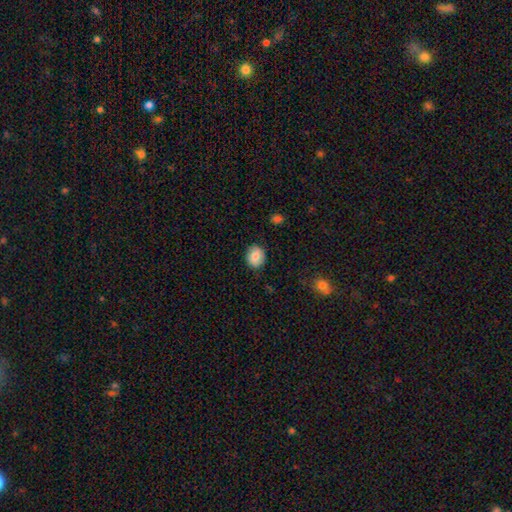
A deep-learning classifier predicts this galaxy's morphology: smooth-or-featured: smooth: 81% | featured or disk: 11% | star or artifact: 8%
  how-rounded: round: 71% | in between: 28% | cigar-shaped: 1%
  merging: none: 86% | minor disturbance: 10% | major disturbance: 2% | merger: 1%